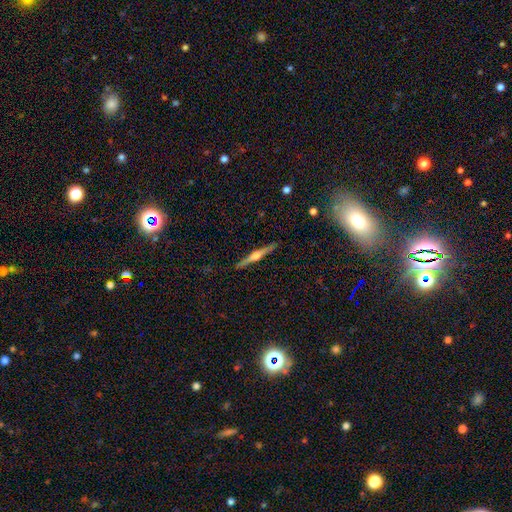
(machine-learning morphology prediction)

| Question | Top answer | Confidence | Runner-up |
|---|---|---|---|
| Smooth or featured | featured or disk | 77% | smooth (16%) |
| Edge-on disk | yes | 98% | no (2%) |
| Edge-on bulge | rounded | 86% | boxy (9%) |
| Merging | none | 92% | minor disturbance (6%) |